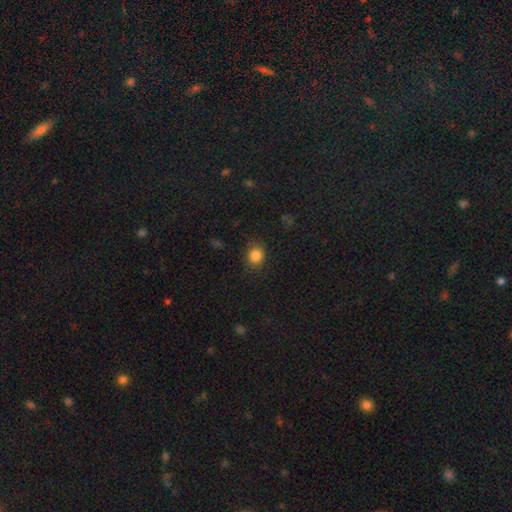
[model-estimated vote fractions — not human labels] This is clearly a smooth galaxy (85%). How rounded: likely round (74%). Merging: clearly none (85%).